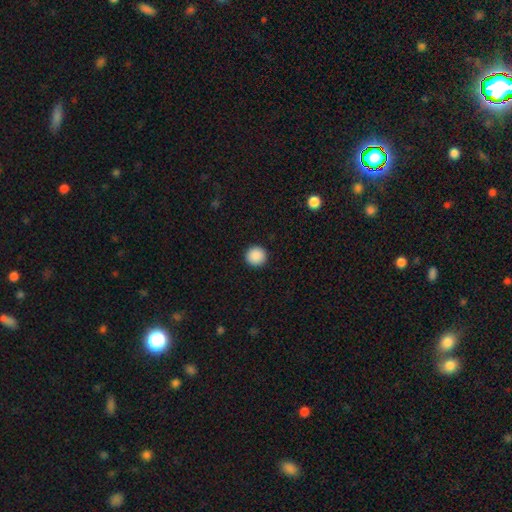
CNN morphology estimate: smooth_or_featured: smooth (p=0.89) [alt: star or artifact p=0.08]
how_rounded: round (p=0.96) [alt: in between p=0.03]
merging: none (p=0.94) [alt: minor disturbance p=0.04]